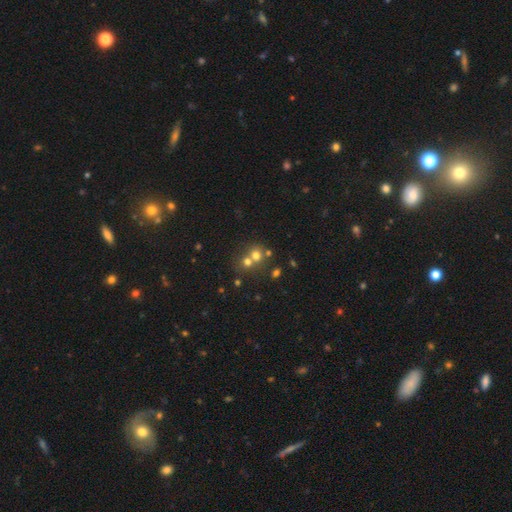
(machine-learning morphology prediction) This is likely a smooth galaxy (67%). How rounded: clearly round (80%). Merging: possibly merger (52%).